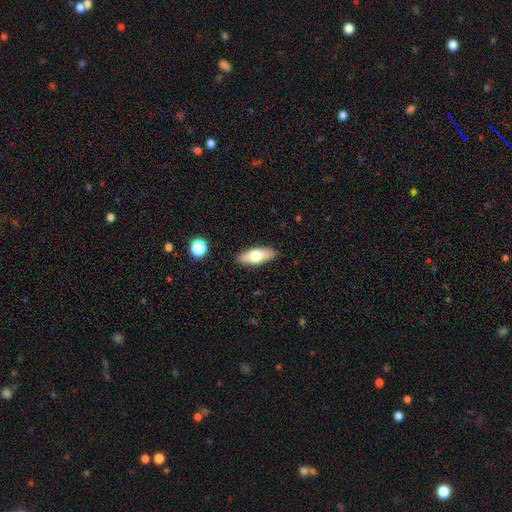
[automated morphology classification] Q: Smooth or featured?
A: smooth (66%); runner-up: featured or disk (27%)
Q: How rounded?
A: in between (76%); runner-up: cigar-shaped (21%)
Q: Merging?
A: none (88%); runner-up: minor disturbance (9%)